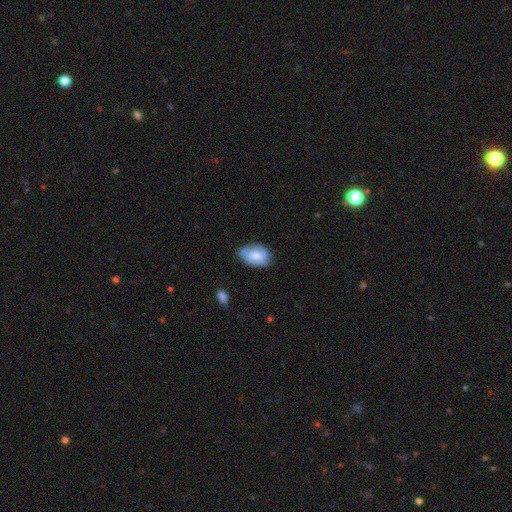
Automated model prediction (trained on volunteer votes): Smooth or featured?
  - smooth: 65% *
  - featured or disk: 29%
  - star or artifact: 7%
How rounded?
  - in between: 84% *
  - round: 15%
  - cigar-shaped: 1%
Merging?
  - none: 53% *
  - minor disturbance: 36%
  - major disturbance: 8%
  - merger: 2%